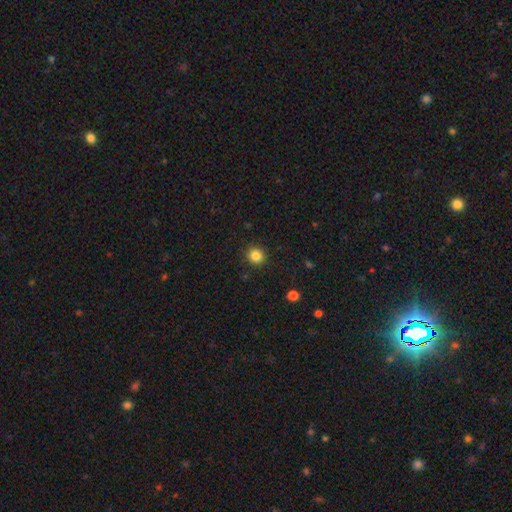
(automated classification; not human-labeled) Smooth or featured: smooth — 85% (star or artifact — 11%)
How rounded: round — 91% (in between — 8%)
Merging: none — 91% (minor disturbance — 6%)